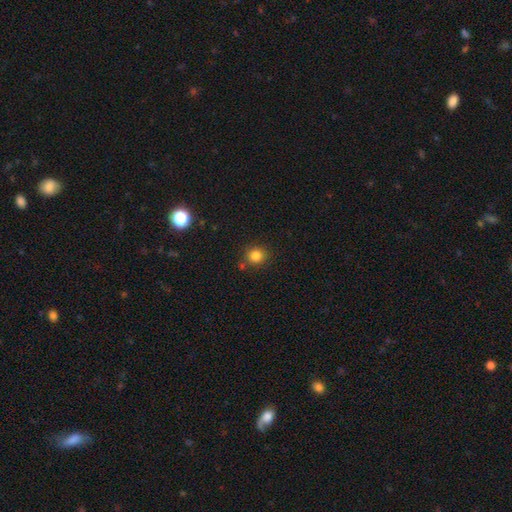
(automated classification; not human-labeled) smooth 82%, star or artifact 13%, featured or disk 5%. Down the decision tree: how rounded — round (88%); merging — none (80%).